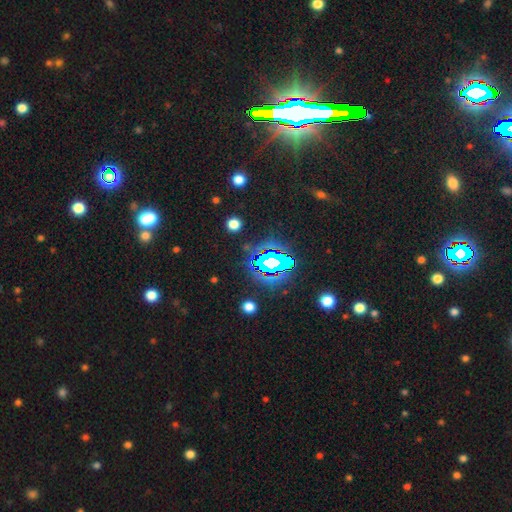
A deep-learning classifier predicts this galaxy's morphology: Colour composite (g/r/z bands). It shows a star or artifact, not a galaxy (82%).